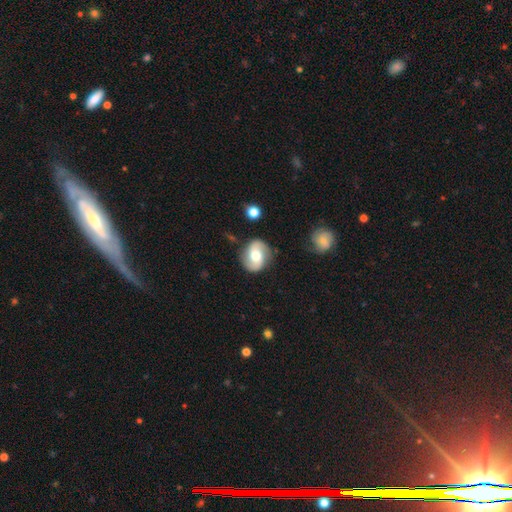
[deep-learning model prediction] Smooth or featured? Predicted: featured or disk (p=0.67). Edge-on disk? Predicted: no (p=0.97). Bar? Predicted: no (p=0.53). Spiral arms? Predicted: yes (p=0.90). Spiral winding? Predicted: medium (p=0.43). Spiral arm count? Predicted: 2 (p=0.91). Bulge size? Predicted: moderate (p=0.73). Merging? Predicted: none (p=0.81).